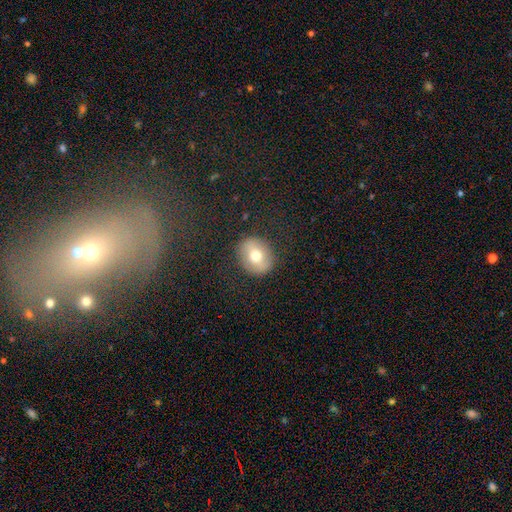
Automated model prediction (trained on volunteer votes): A smooth galaxy with no disk features (63%) that is round (69%).

Vote fractions:
- Smooth or featured? smooth: 63% / featured or disk: 27% / star or artifact: 9%
- How rounded? round: 69% / in between: 30% / cigar-shaped: 1%
- Merging? none: 87% / minor disturbance: 9% / major disturbance: 4% / merger: 1%